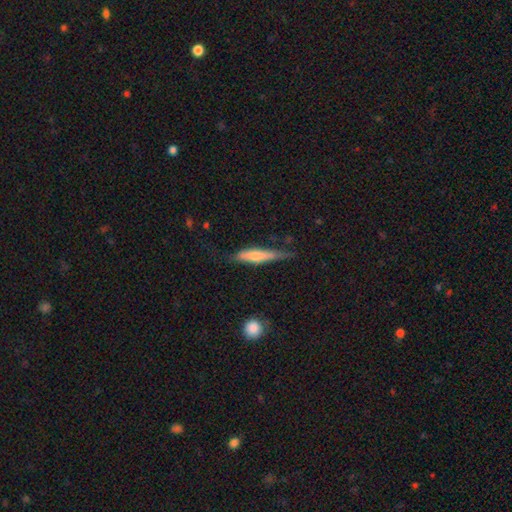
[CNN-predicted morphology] Q: Smooth or featured?
A: featured or disk (50%); runner-up: smooth (43%)
Q: Edge-on disk?
A: yes (91%); runner-up: no (9%)
Q: Merging?
A: none (66%); runner-up: minor disturbance (26%)